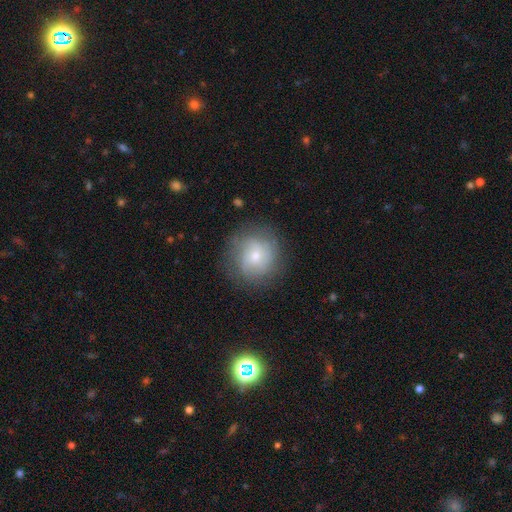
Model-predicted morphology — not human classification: This appears to be a smooth galaxy with no disk features (53%) that is round (90%). Merging: none (76%).